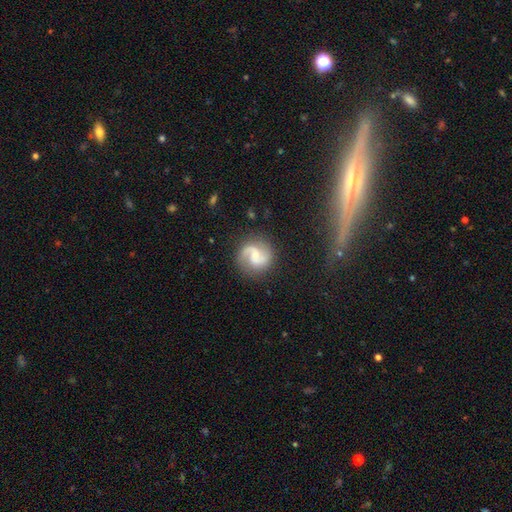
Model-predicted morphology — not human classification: Overall: featured or disk (84%). Edge-on disk: no (98%). Bar: no (45%; weak 44%). Spiral arms: yes (97%). Spiral arm count: 2 (91%). Spiral winding: medium (51%; loose 34%). Bulge size: small (53%; moderate 35%). Merging: none (82%).